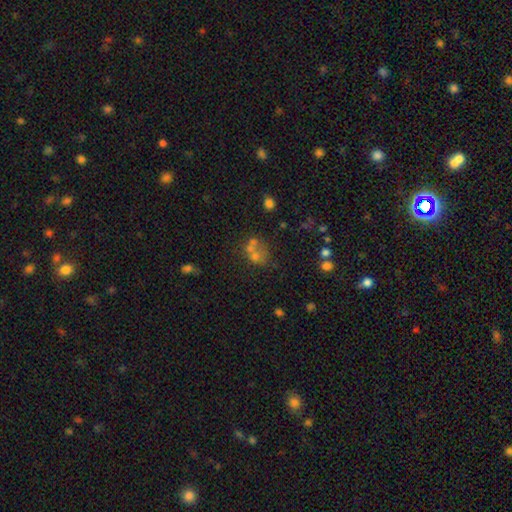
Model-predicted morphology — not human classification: This is possibly a smooth galaxy (52%). How rounded: likely round (67%). Merging: possibly merger (48%).